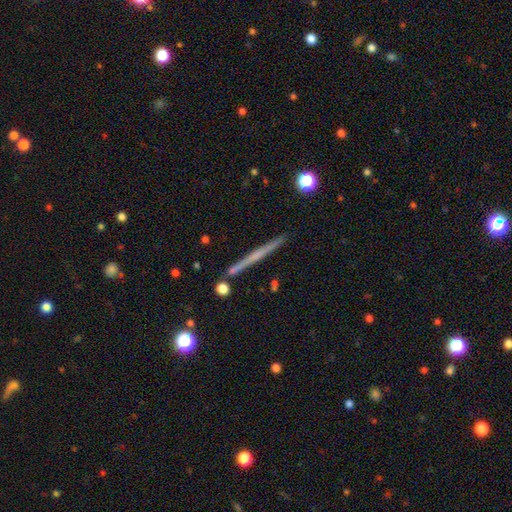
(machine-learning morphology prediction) type=featured or disk (60%); edge-on=yes (98%); edge-on bulge=none (74%); merging=none (90%).